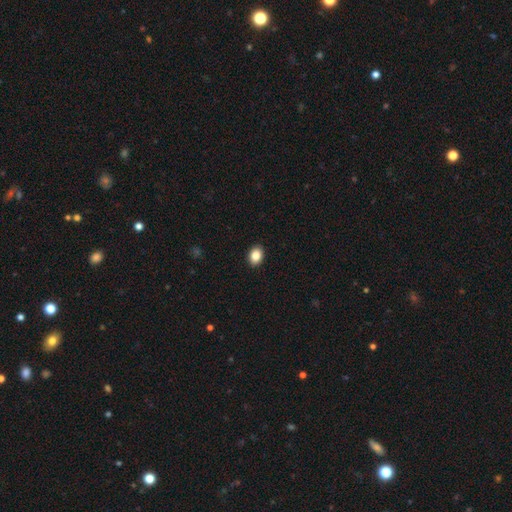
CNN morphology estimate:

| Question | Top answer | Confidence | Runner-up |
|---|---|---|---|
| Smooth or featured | smooth | 85% | star or artifact (9%) |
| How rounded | in between | 68% | round (31%) |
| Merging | none | 91% | minor disturbance (6%) |